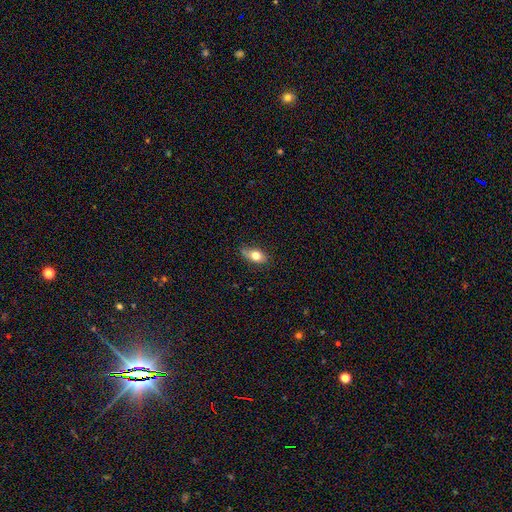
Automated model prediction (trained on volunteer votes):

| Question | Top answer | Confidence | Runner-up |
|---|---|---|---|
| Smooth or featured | smooth | 76% | featured or disk (16%) |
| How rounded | in between | 84% | round (10%) |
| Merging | none | 72% | minor disturbance (22%) |